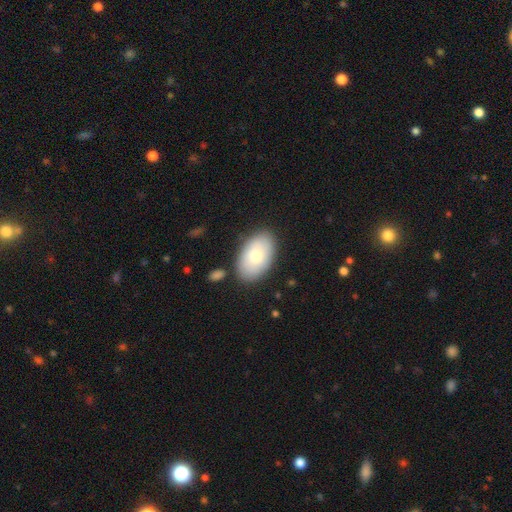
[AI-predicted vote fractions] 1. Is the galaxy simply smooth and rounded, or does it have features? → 73% smooth, 20% featured or disk, 6% star or artifact.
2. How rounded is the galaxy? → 92% in between, 7% round, 1% cigar-shaped.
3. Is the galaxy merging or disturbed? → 83% none, 11% minor disturbance, 3% merger, 3% major disturbance.